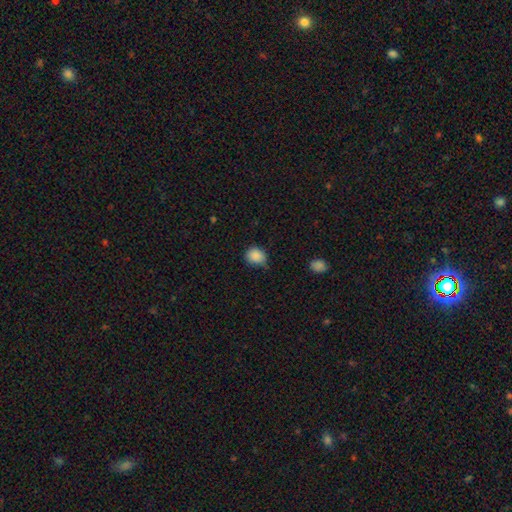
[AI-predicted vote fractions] smooth-or-featured: smooth: 86% | star or artifact: 10% | featured or disk: 4%
  how-rounded: round: 66% | in between: 33% | cigar-shaped: 1%
  merging: none: 58% | minor disturbance: 34% | major disturbance: 6% | merger: 2%